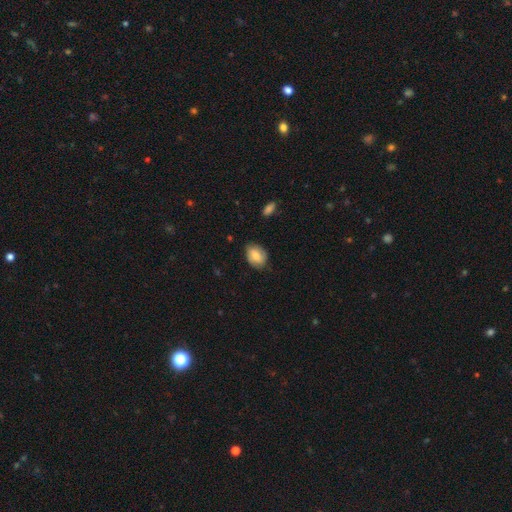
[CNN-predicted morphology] Smooth or featured: smooth — 72% (featured or disk — 21%)
How rounded: in between — 70% (round — 29%)
Merging: none — 73% (minor disturbance — 22%)